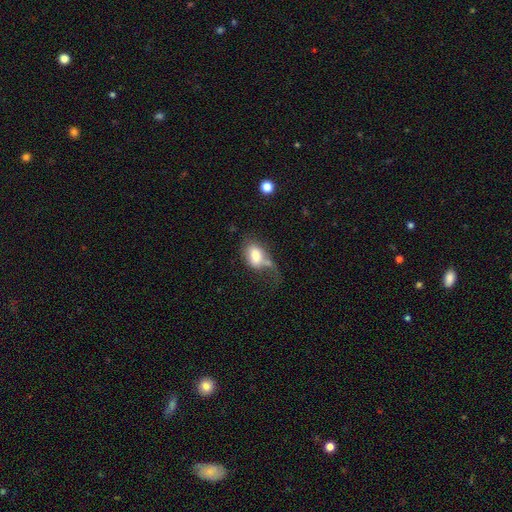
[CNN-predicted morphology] A smooth galaxy with no disk features (71%) that is in between round and cigar-shaped (83%). Merging: major disturbance (37%).